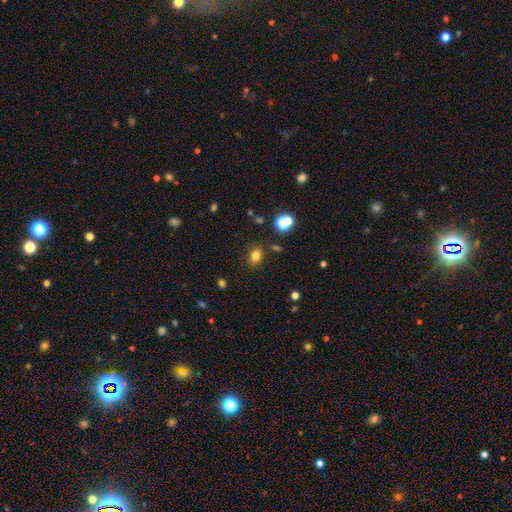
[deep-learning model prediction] A smooth galaxy with no disk features (78%) that is in between round and cigar-shaped (56%).

Vote fractions:
- Smooth or featured? smooth: 78% / star or artifact: 15% / featured or disk: 7%
- How rounded? in between: 56% / round: 43% / cigar-shaped: 1%
- Merging? none: 83% / minor disturbance: 11% / merger: 4% / major disturbance: 3%